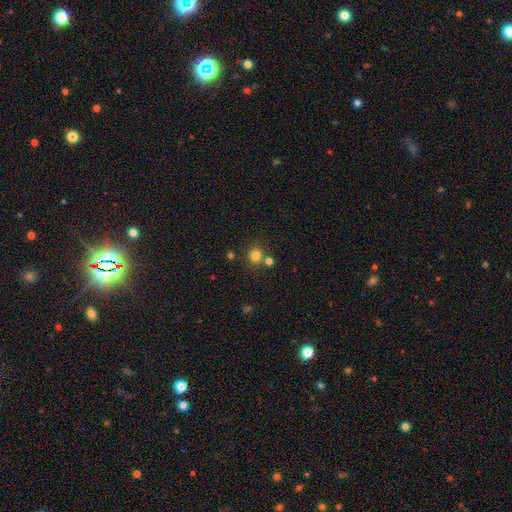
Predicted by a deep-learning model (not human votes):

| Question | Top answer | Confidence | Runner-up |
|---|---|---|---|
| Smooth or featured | smooth | 79% | star or artifact (15%) |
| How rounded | round | 90% | in between (9%) |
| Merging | none | 74% | merger (16%) |